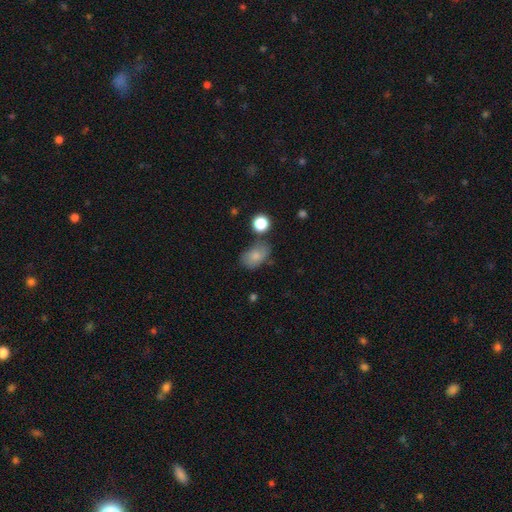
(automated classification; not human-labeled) Smooth or featured? smooth (77%)
How rounded? in between (82%)
Merging? none (59%)